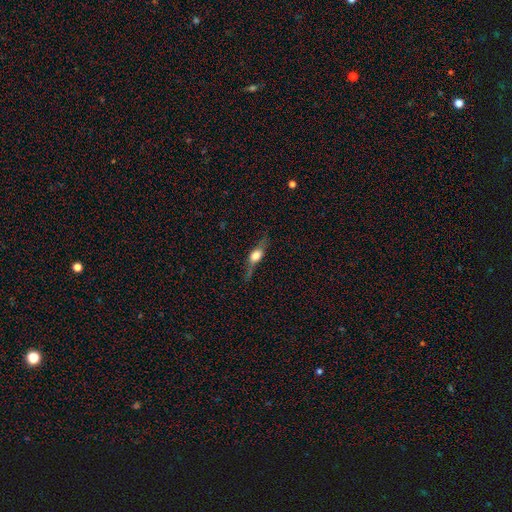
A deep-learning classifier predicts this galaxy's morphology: This appears to be a featured or disk galaxy (54%) viewed edge-on (88%). Merging: none (63%).